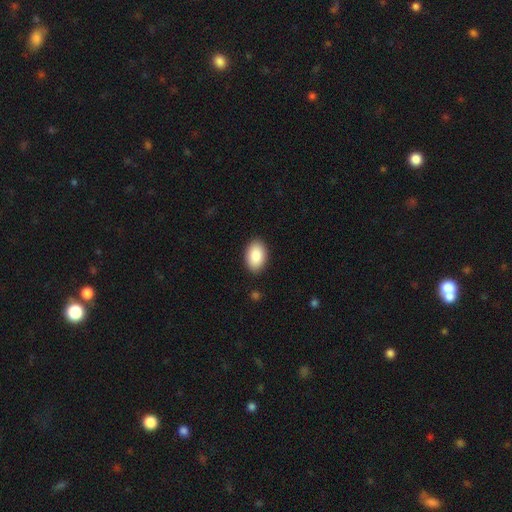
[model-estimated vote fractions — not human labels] smooth_or_featured: smooth (p=0.88) [alt: star or artifact p=0.06]
how_rounded: in between (p=0.91) [alt: round p=0.08]
merging: none (p=0.89) [alt: minor disturbance p=0.08]